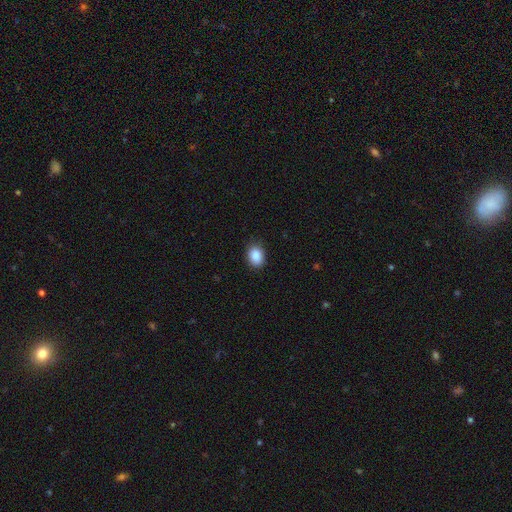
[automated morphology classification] Smooth or featured?
  - smooth: 89% *
  - star or artifact: 8%
  - featured or disk: 3%
How rounded?
  - in between: 72% *
  - round: 27%
  - cigar-shaped: 1%
Merging?
  - none: 86% *
  - minor disturbance: 11%
  - major disturbance: 2%
  - merger: 1%